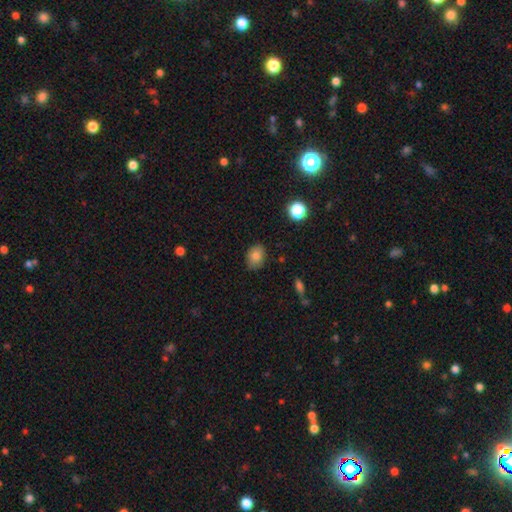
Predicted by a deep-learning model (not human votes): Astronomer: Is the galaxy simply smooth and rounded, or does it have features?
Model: smooth — 82%.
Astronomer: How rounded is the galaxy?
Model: in between — 70%.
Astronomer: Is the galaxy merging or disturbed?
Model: none — 82%.